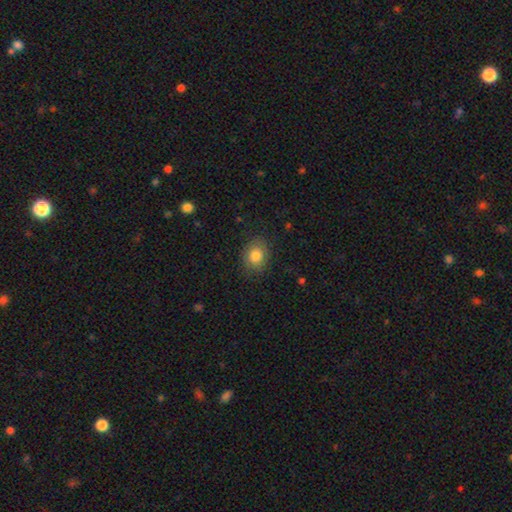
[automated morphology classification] smooth-or-featured: smooth: 82% | star or artifact: 9% | featured or disk: 8%
  how-rounded: round: 52% | in between: 47% | cigar-shaped: 1%
  merging: none: 84% | minor disturbance: 12% | major disturbance: 3% | merger: 1%